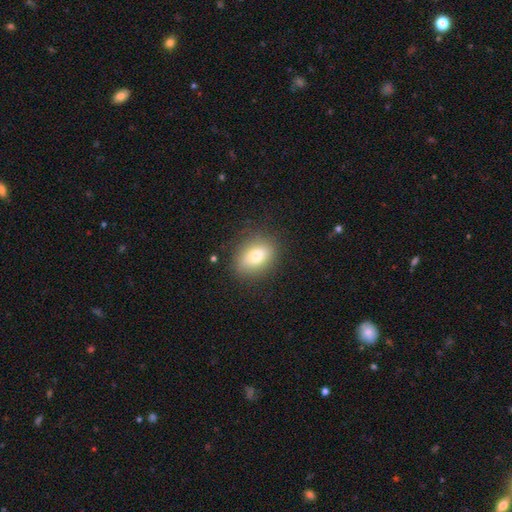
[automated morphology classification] Smooth or featured? smooth (74%)
How rounded? in between (70%)
Merging? none (84%)